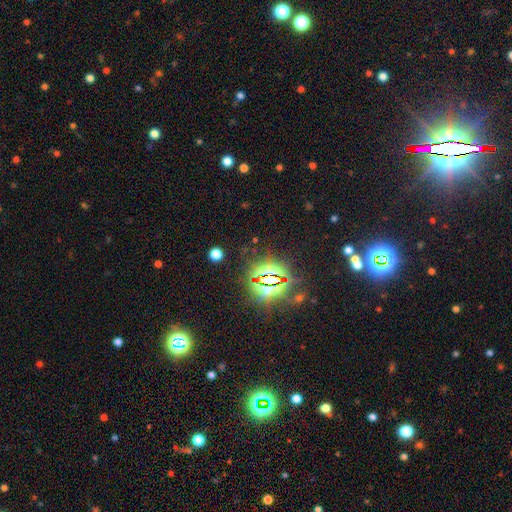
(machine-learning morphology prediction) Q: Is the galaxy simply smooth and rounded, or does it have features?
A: star or artifact — 84%.